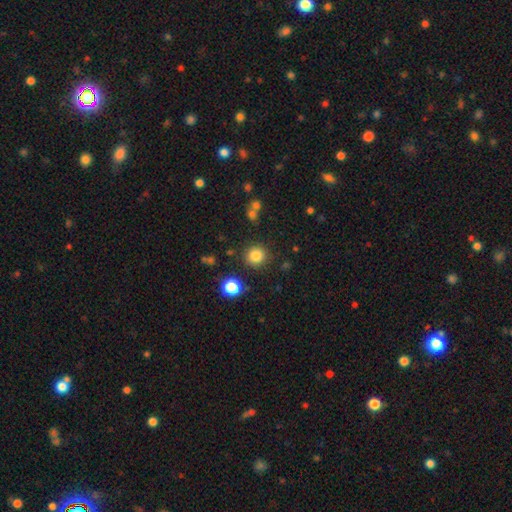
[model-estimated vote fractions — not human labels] A smooth galaxy with no disk features (83%) that is round (92%).

Vote fractions:
- Smooth or featured? smooth: 83% / star or artifact: 12% / featured or disk: 5%
- How rounded? round: 92% / in between: 7% / cigar-shaped: 1%
- Merging? none: 86% / minor disturbance: 7% / merger: 3% / major disturbance: 3%